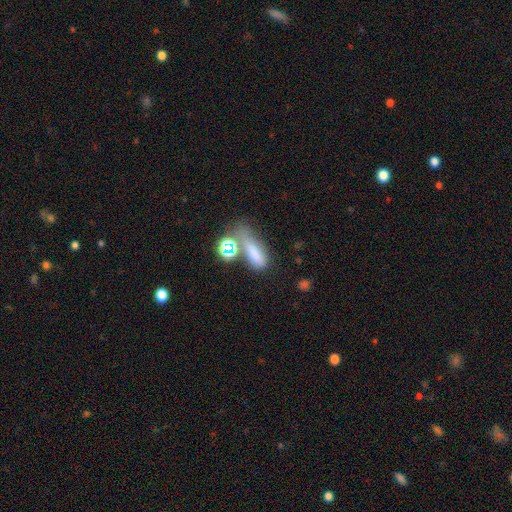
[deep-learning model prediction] Q: Smooth or featured?
A: smooth (69%); runner-up: star or artifact (18%)
Q: How rounded?
A: in between (54%); runner-up: cigar-shaped (32%)
Q: Merging?
A: none (39%); runner-up: merger (25%)